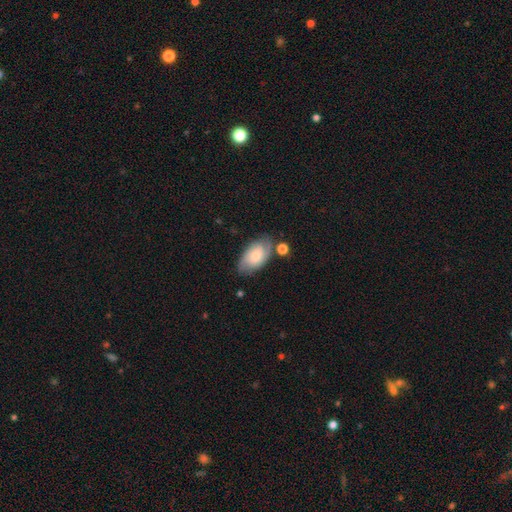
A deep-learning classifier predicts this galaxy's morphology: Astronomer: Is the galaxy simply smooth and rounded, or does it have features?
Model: smooth — 57% (runner-up: featured or disk, 35%).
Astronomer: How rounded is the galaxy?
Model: in between — 92%.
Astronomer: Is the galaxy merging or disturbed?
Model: none — 64%.